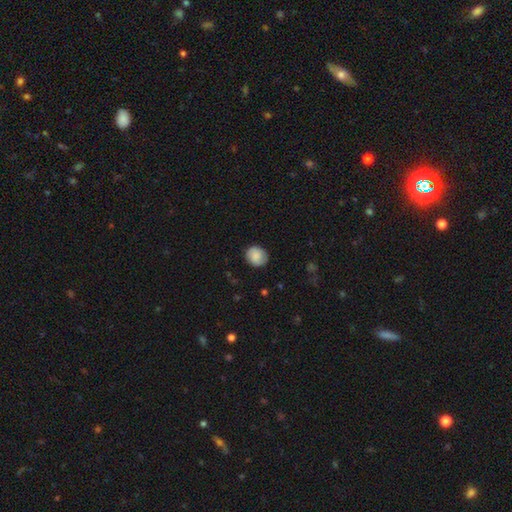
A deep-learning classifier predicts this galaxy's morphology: smooth-or-featured: smooth: 80% | featured or disk: 13% | star or artifact: 7%
  how-rounded: round: 80% | in between: 19% | cigar-shaped: 1%
  merging: none: 85% | minor disturbance: 11% | major disturbance: 3% | merger: 1%